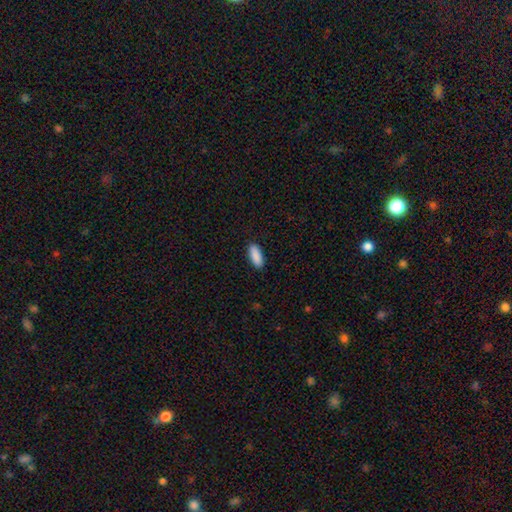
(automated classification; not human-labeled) Smooth or featured? smooth (91%)
How rounded? in between (78%)
Merging? none (90%)